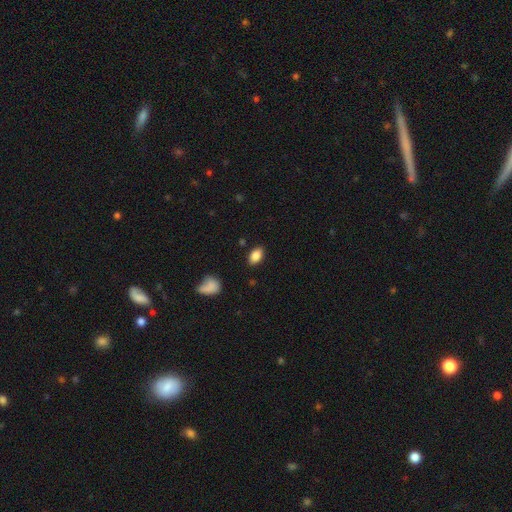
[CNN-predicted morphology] The model was most divided on "merging": none: 86%, minor disturbance: 10%, major disturbance: 3%, merger: 2%. More confident: how rounded — in between (88%); smooth or featured — smooth (86%).